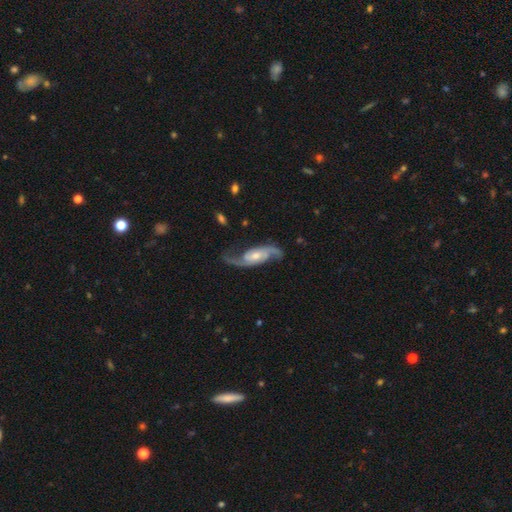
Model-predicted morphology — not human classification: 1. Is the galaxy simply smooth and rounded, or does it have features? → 89% featured or disk, 6% smooth, 4% star or artifact.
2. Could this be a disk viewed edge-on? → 94% no, 6% yes.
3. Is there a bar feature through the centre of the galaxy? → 48% no, 40% weak, 13% strong.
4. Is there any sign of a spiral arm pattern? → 97% yes, 3% no.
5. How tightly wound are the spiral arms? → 46% loose, 41% medium, 13% tight.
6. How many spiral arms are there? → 92% 2, 2% can't tell, 2% 3, 2% 1, 1% 4, 1% more than 4.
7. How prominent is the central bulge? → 53% moderate, 33% small, 8% large, 4% none, 1% dominant.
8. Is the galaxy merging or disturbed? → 73% none, 16% minor disturbance, 9% major disturbance, 2% merger.